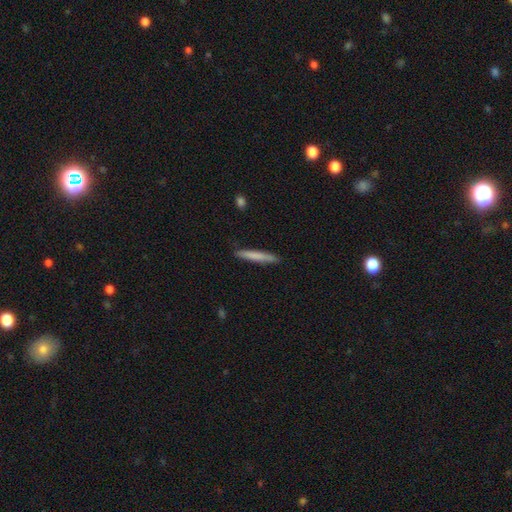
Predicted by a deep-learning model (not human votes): A smooth galaxy with no disk features (73%) that is cigar-shaped (95%). Merging: none (88%).